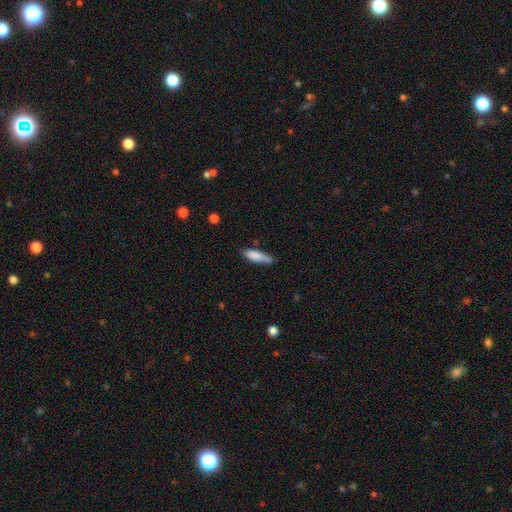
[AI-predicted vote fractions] smooth_or_featured: smooth (p=0.82) [alt: featured or disk p=0.12]
how_rounded: cigar-shaped (p=0.64) [alt: in between p=0.34]
merging: none (p=0.70) [alt: minor disturbance p=0.24]